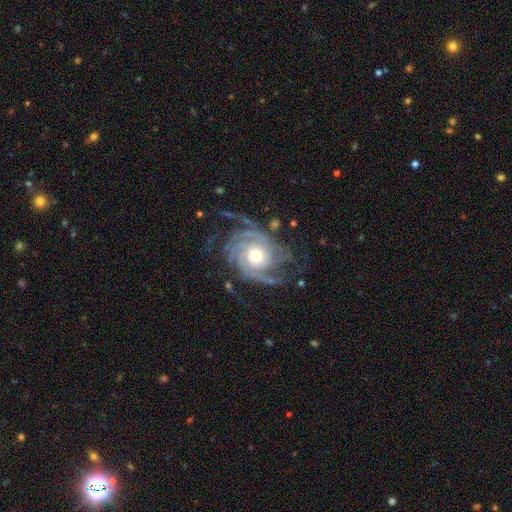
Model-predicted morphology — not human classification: Overall: featured or disk (91%). Edge-on disk: no (97%). Bar: no (76%). Spiral arms: yes (98%). Spiral arm count: 3 (28%; 4 26%). Spiral winding: tight (63%; medium 30%). Bulge size: moderate (65%). Merging: none (67%).